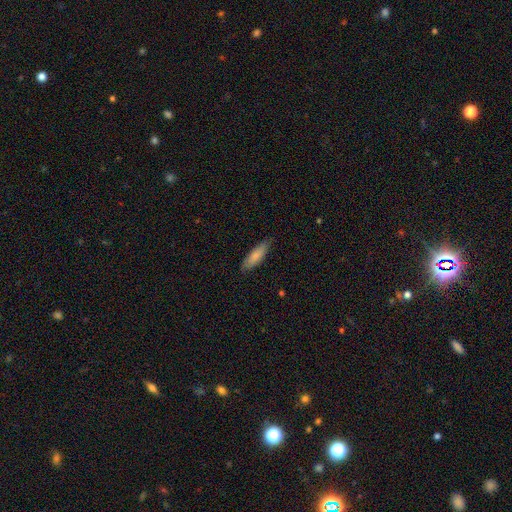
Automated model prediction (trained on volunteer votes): Morphology: type=smooth (82%); roundness=cigar-shaped (54%); merging=none (81%).